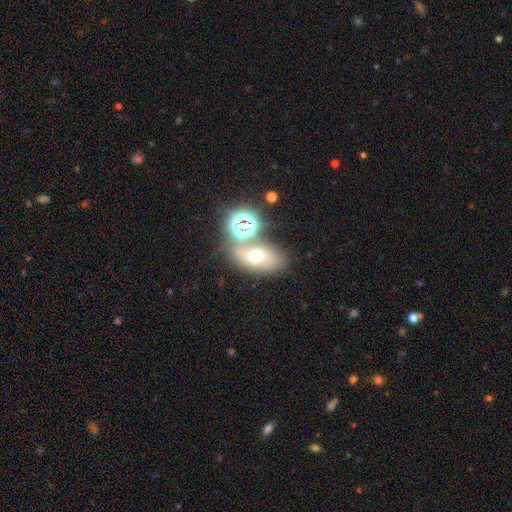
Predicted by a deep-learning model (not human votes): smooth_or_featured: smooth (p=0.51) [alt: featured or disk p=0.25]
how_rounded: in between (p=0.73) [alt: round p=0.23]
merging: none (p=0.54) [alt: merger p=0.25]